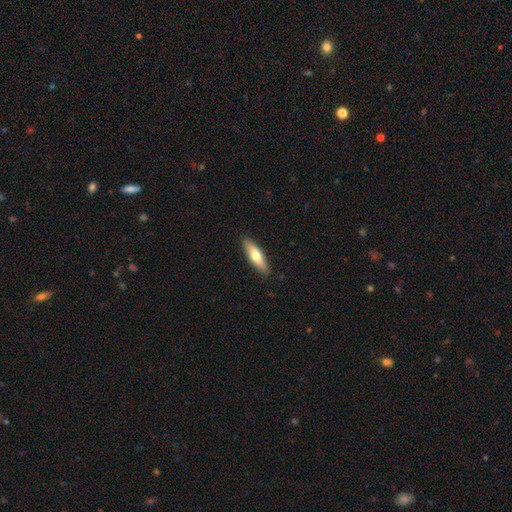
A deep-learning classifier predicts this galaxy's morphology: smooth-or-featured: smooth: 65% | featured or disk: 29% | star or artifact: 5%
  how-rounded: cigar-shaped: 57% | in between: 41% | round: 2%
  merging: none: 88% | minor disturbance: 9% | major disturbance: 2% | merger: 1%